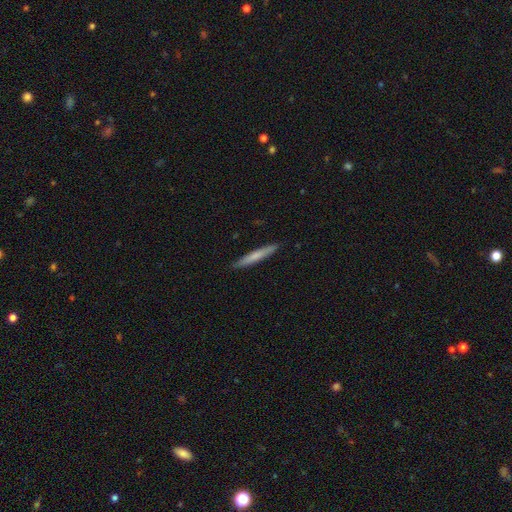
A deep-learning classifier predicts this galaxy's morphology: Smooth or featured: smooth — 66% (featured or disk — 28%)
How rounded: cigar-shaped — 96% (in between — 3%)
Merging: none — 90% (minor disturbance — 7%)